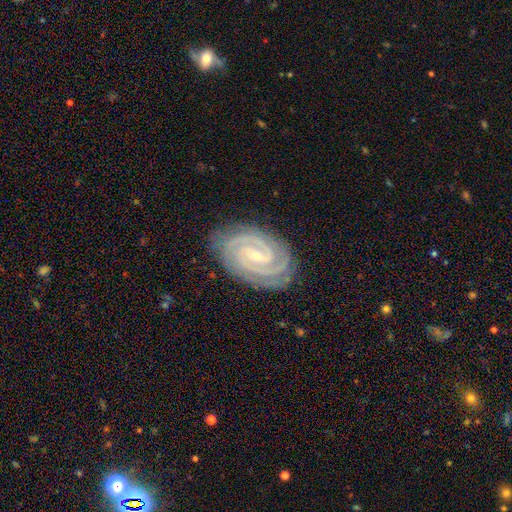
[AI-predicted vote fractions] This is clearly a featured or disk galaxy (93%). It is clearly not viewed edge-on (98%). Bar: marginally weak (45%). Spiral arm pattern: clearly yes (99%). Spiral arm count: likely 2 (70%). Spiral winding: clearly tight (82%). Central bulge: likely small (77%). Merging: clearly none (84%).